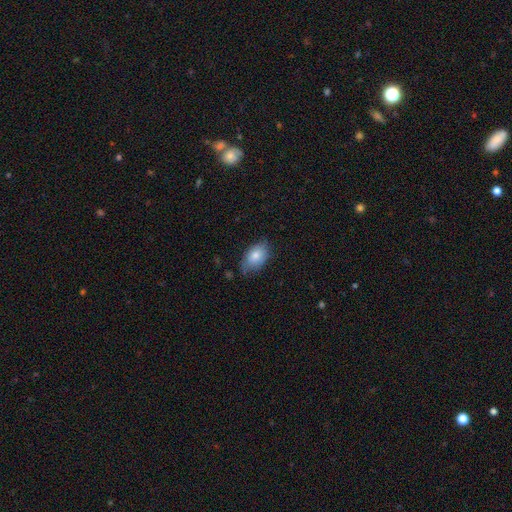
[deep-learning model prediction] Morphology: type=smooth (81%); roundness=in between (90%); merging=none (67%).